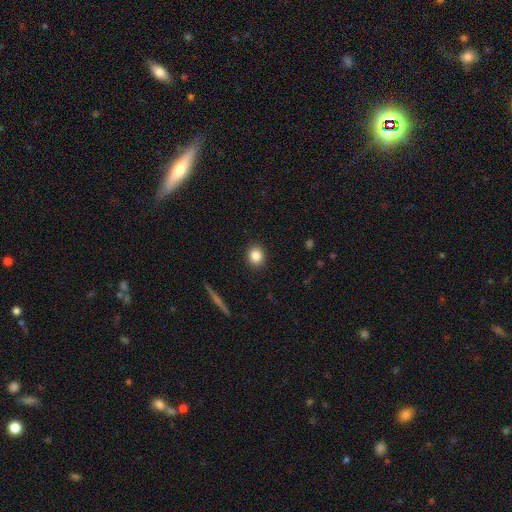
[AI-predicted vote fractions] smooth 83%, star or artifact 10%, featured or disk 7%. Down the decision tree: how rounded — round (83%); merging — none (91%).